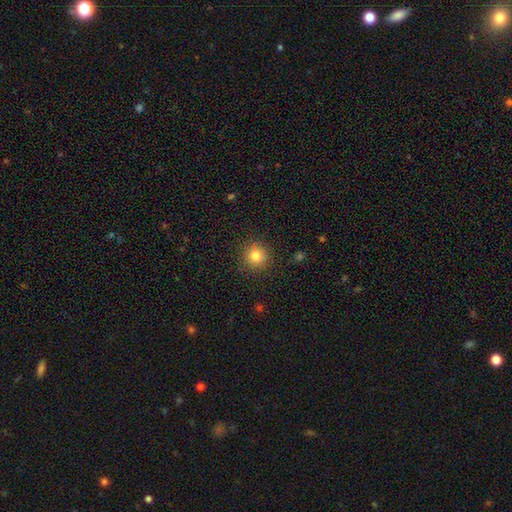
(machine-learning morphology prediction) smooth 81%, star or artifact 12%, featured or disk 7%. Down the decision tree: how rounded — round (93%); merging — none (89%).